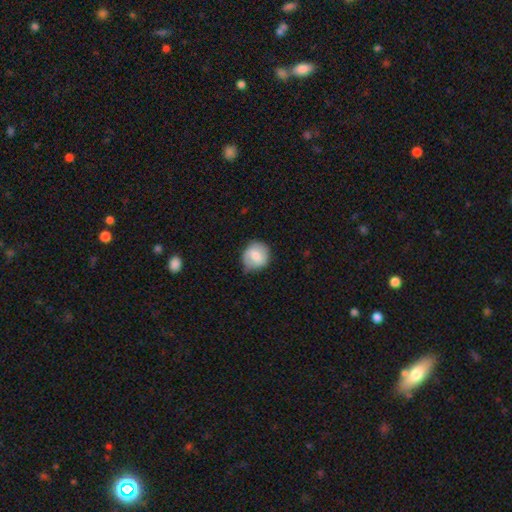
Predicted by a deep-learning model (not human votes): Q: Smooth or featured?
A: smooth (69%); runner-up: featured or disk (24%)
Q: How rounded?
A: round (85%); runner-up: in between (14%)
Q: Merging?
A: none (67%); runner-up: minor disturbance (26%)